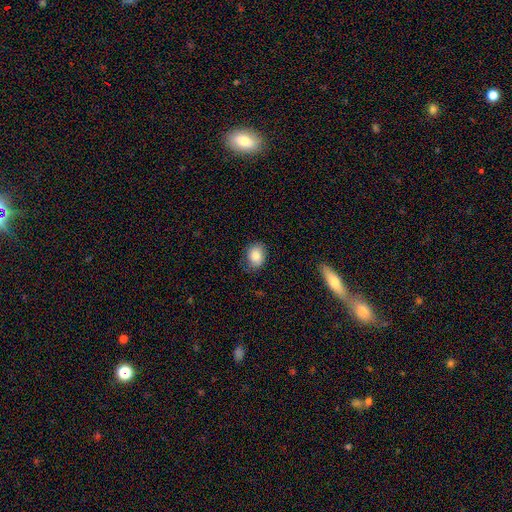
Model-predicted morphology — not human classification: A smooth galaxy with no disk features (82%) that is in between round and cigar-shaped (51%).

Vote fractions:
- Smooth or featured? smooth: 82% / featured or disk: 9% / star or artifact: 9%
- How rounded? in between: 51% / round: 48% / cigar-shaped: 1%
- Merging? none: 79% / minor disturbance: 16% / major disturbance: 4% / merger: 1%